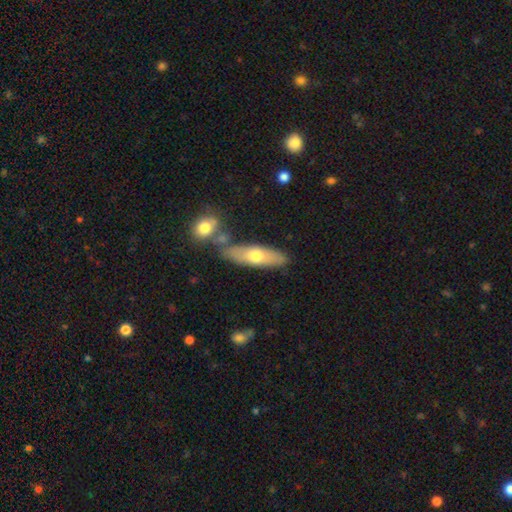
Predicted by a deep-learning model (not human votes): A smooth galaxy with no disk features (58%) that is in between round and cigar-shaped (50%).

Vote fractions:
- Smooth or featured? smooth: 58% / featured or disk: 36% / star or artifact: 5%
- How rounded? in between: 50% / cigar-shaped: 47% / round: 3%
- Merging? none: 69% / minor disturbance: 14% / merger: 13% / major disturbance: 4%